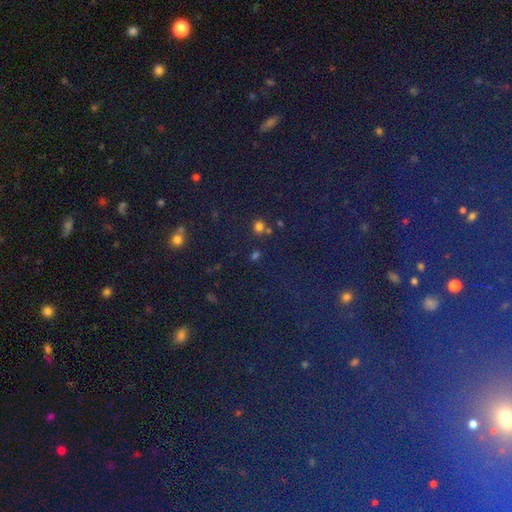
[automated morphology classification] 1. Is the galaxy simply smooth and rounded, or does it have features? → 51% star or artifact, 40% smooth, 8% featured or disk.